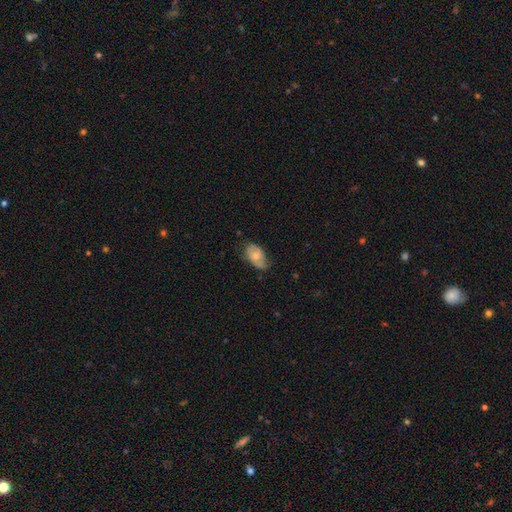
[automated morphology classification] Overall: smooth (55%; featured or disk 38%). How rounded: in between (91%). Merging: none (57%; minor disturbance 33%).